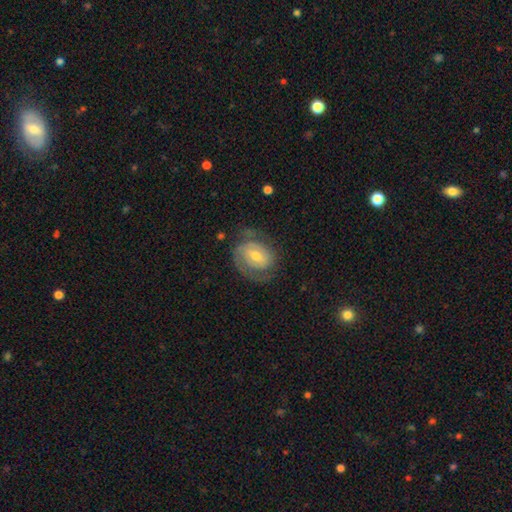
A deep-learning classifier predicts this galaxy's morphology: This appears to be a featured or disk galaxy (70%) with a weak bar (47%), 2 (62%) tight (55%) spiral arms (80%) and a moderate central bulge (57%). Merging: none (64%).